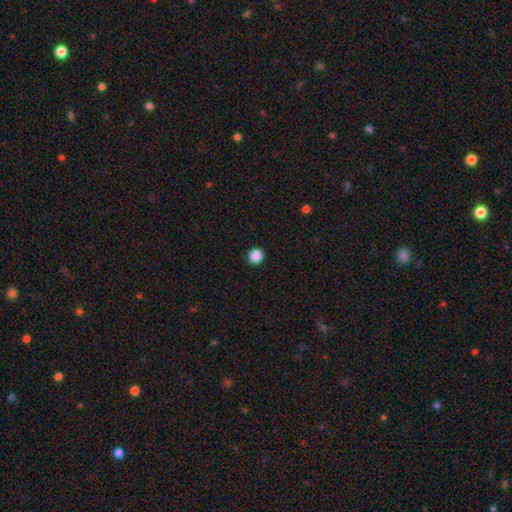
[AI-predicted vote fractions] This appears to be a smooth galaxy with no disk features (87%) that is round (95%). Merging: none (93%).